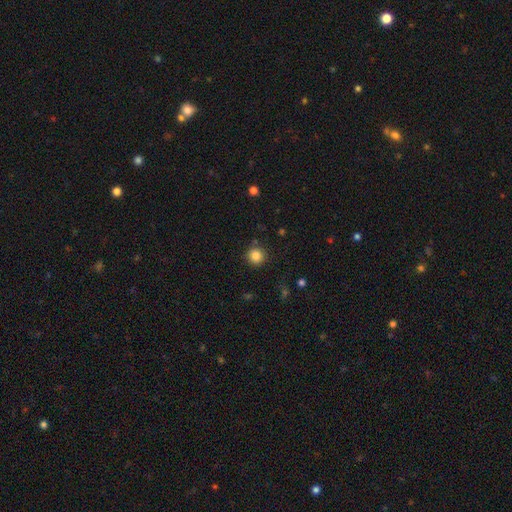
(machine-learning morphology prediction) A smooth galaxy with no disk features (84%) that is round (94%).

Vote fractions:
- Smooth or featured? smooth: 84% / star or artifact: 11% / featured or disk: 5%
- How rounded? round: 94% / in between: 5% / cigar-shaped: 1%
- Merging? none: 88% / minor disturbance: 7% / major disturbance: 2% / merger: 2%